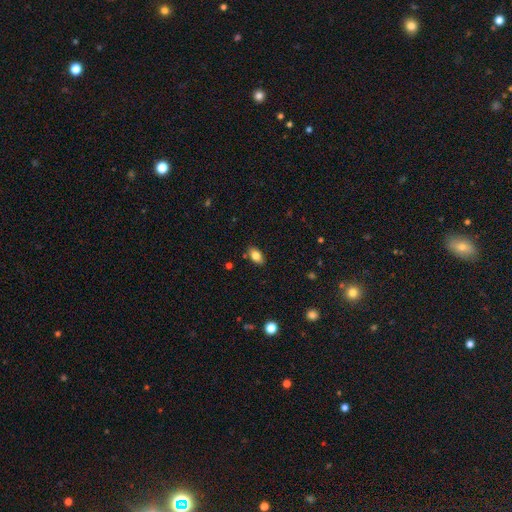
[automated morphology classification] Smooth or featured: smooth — 82% (featured or disk — 9%)
How rounded: in between — 90% (round — 8%)
Merging: none — 85% (minor disturbance — 11%)